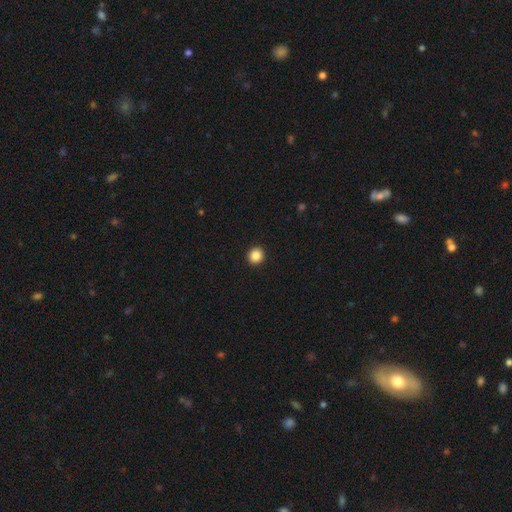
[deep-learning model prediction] Overall: smooth (86%). How rounded: round (91%). Merging: none (94%).